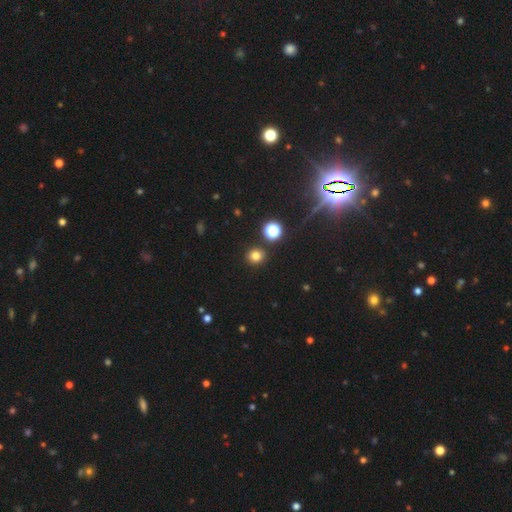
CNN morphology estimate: This is likely a smooth galaxy (77%). How rounded: clearly round (87%). Merging: clearly none (88%).